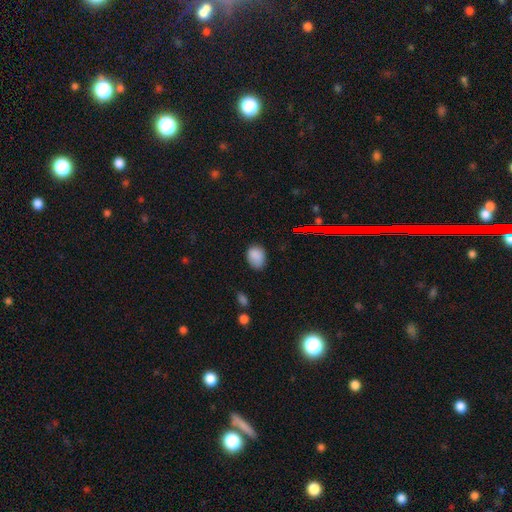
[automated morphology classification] Smooth or featured?
  - smooth: 85% *
  - star or artifact: 11%
  - featured or disk: 5%
How rounded?
  - in between: 69% *
  - round: 30%
  - cigar-shaped: 1%
Merging?
  - none: 73% *
  - minor disturbance: 21%
  - major disturbance: 4%
  - merger: 2%